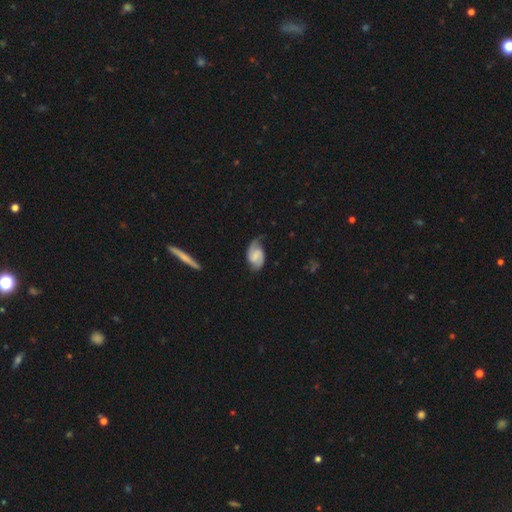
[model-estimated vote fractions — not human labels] Q: Smooth or featured?
A: featured or disk (70%); runner-up: smooth (23%)
Q: Edge-on disk?
A: no (97%); runner-up: yes (3%)
Q: Bar?
A: weak (49%); runner-up: no (31%)
Q: Spiral arms?
A: yes (94%); runner-up: no (6%)
Q: Spiral winding?
A: medium (46%); runner-up: loose (29%)
Q: Spiral arm count?
A: 2 (85%); runner-up: 1 (7%)
Q: Bulge size?
A: none (36%); runner-up: small (35%)
Q: Merging?
A: none (63%); runner-up: minor disturbance (25%)